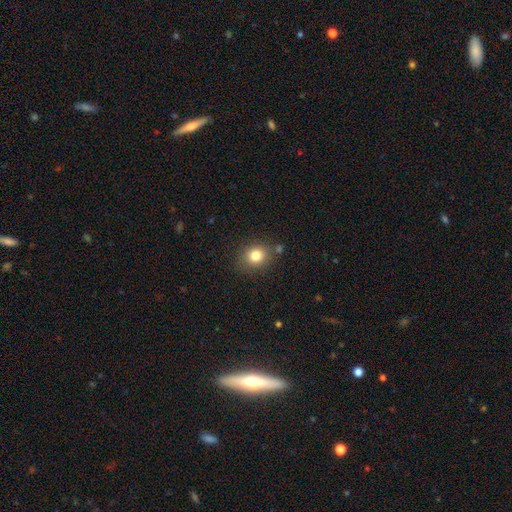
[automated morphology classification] type=smooth (81%); roundness=round (69%); merging=none (80%).